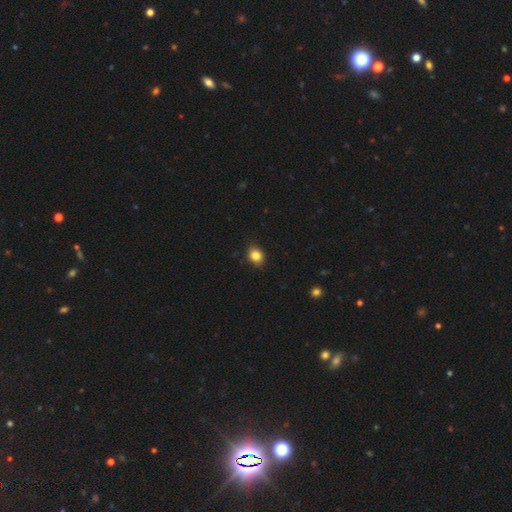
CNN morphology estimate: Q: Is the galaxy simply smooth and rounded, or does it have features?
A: smooth — 84%.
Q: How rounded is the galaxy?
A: in between — 51%.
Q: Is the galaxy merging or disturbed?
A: none — 86%.